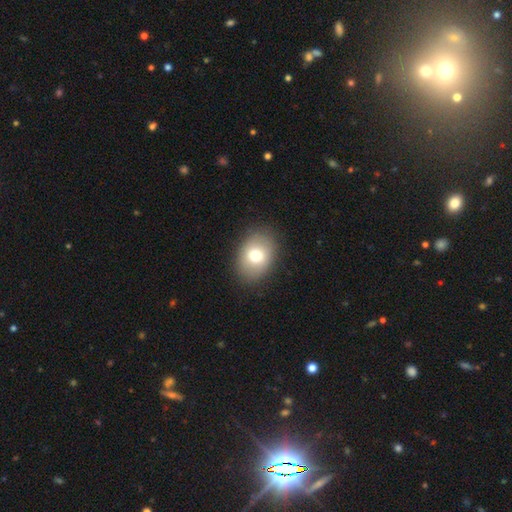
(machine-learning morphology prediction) This appears to be a smooth galaxy with no disk features (74%) that is in between round and cigar-shaped (70%). Merging: none (87%).